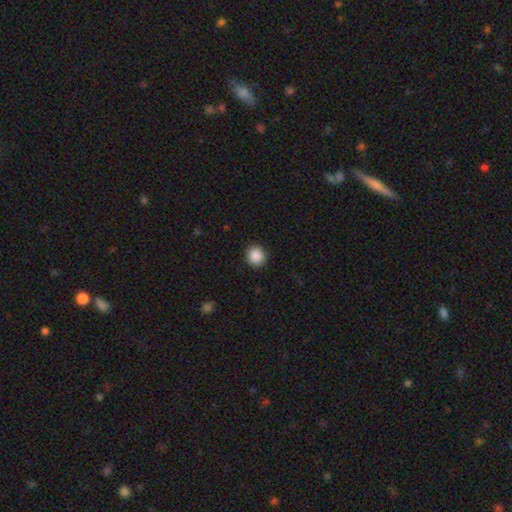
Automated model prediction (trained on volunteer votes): This appears to be a smooth galaxy with no disk features (89%) that is round (92%). Merging: none (92%).